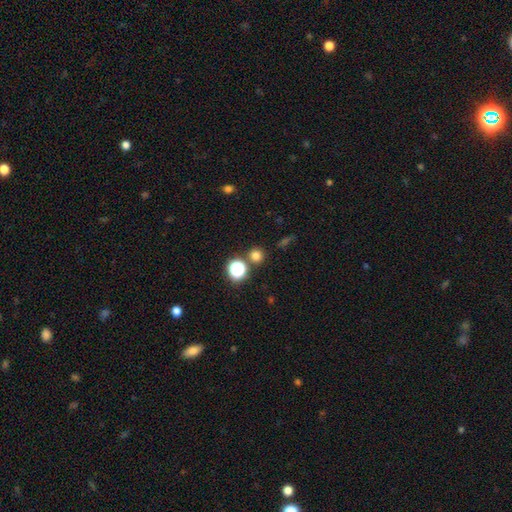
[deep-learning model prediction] smooth 74%, star or artifact 21%, featured or disk 5%. Down the decision tree: how rounded — round (91%); merging — none (80%).